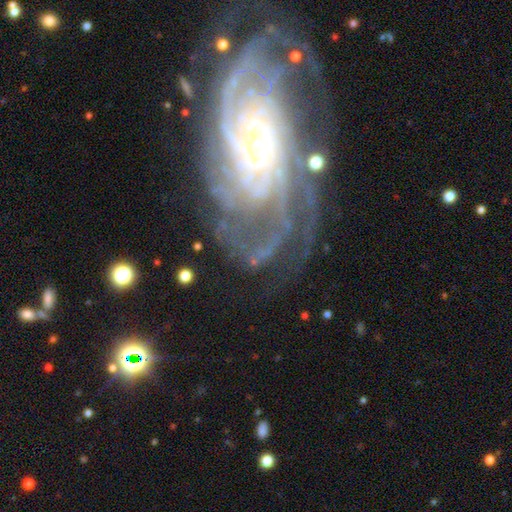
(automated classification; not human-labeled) Smooth or featured?
  - featured or disk: 83% *
  - star or artifact: 11%
  - smooth: 7%
Edge-on disk?
  - no: 96% *
  - yes: 4%
Bar?
  - no: 62% *
  - weak: 25%
  - strong: 13%
Spiral arms?
  - yes: 94% *
  - no: 6%
Spiral winding?
  - tight: 66% *
  - medium: 25%
  - loose: 8%
Spiral arm count?
  - can't tell: 29% *
  - more than 4: 21%
  - 4: 16%
  - 3: 13%
  - 2: 12%
  - 1: 8%
Bulge size?
  - small: 74% *
  - moderate: 16%
  - none: 6%
  - large: 3%
  - dominant: 1%
Merging?
  - none: 61% *
  - major disturbance: 18%
  - minor disturbance: 17%
  - merger: 4%